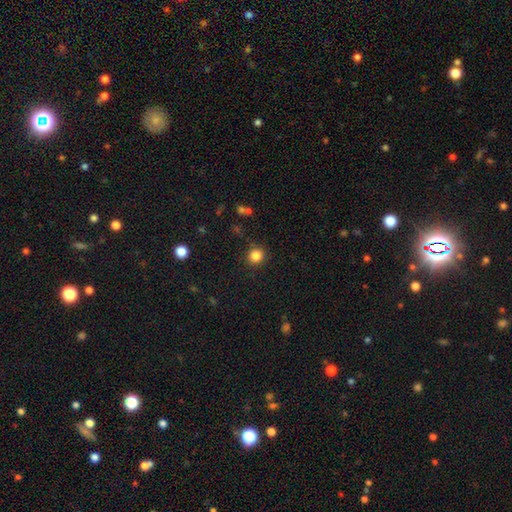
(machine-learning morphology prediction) A smooth galaxy with no disk features (84%) that is round (91%). Merging: none (88%).